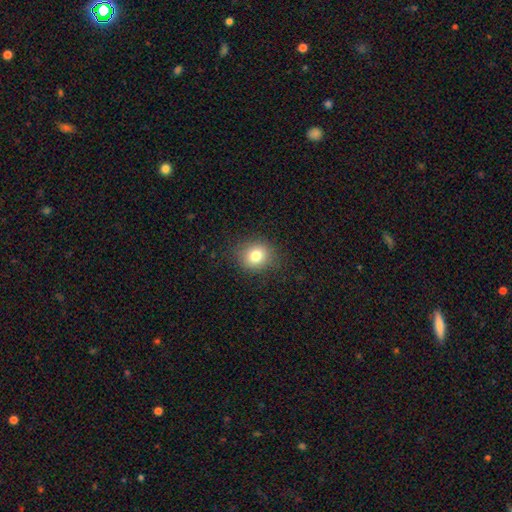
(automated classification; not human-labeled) smooth-or-featured: smooth: 79% | star or artifact: 12% | featured or disk: 9%
  how-rounded: round: 79% | in between: 20% | cigar-shaped: 1%
  merging: none: 86% | minor disturbance: 10% | major disturbance: 3% | merger: 1%